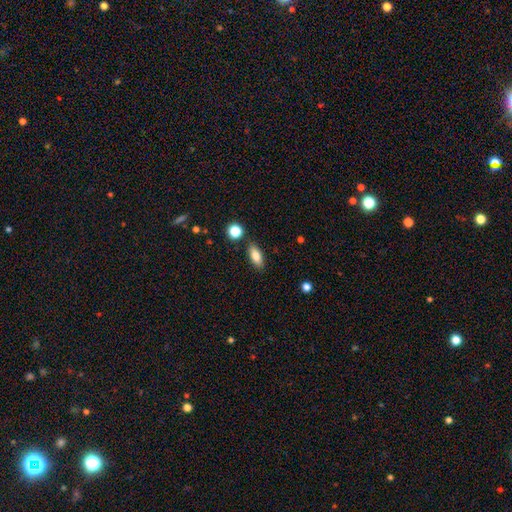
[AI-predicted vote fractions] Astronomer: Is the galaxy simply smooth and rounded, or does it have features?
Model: smooth — 82%.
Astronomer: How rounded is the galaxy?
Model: in between — 78%.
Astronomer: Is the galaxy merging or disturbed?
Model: none — 83%.